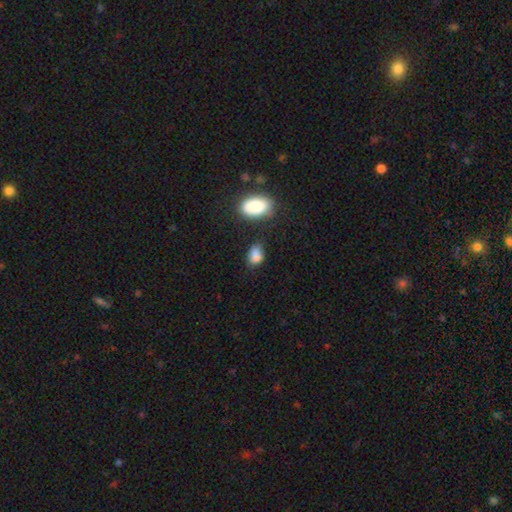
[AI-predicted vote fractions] Smooth or featured? Predicted: smooth (p=0.84). How rounded? Predicted: in between (p=0.84). Merging? Predicted: none (p=0.54).